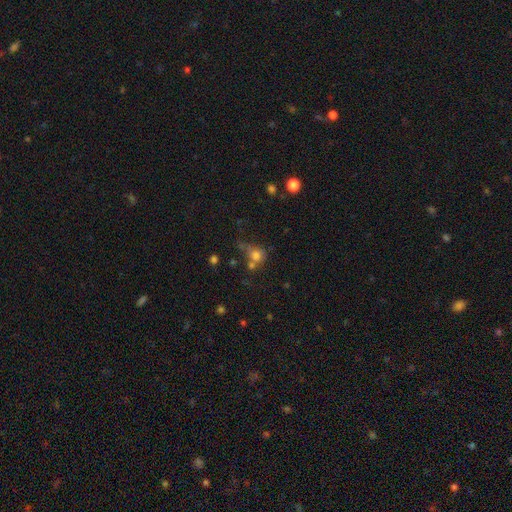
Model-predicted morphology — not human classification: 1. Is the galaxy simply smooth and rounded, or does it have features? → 73% smooth, 15% star or artifact, 12% featured or disk.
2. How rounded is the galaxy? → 78% round, 21% in between, 1% cigar-shaped.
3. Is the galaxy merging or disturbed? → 43% none, 29% merger, 16% minor disturbance, 12% major disturbance.